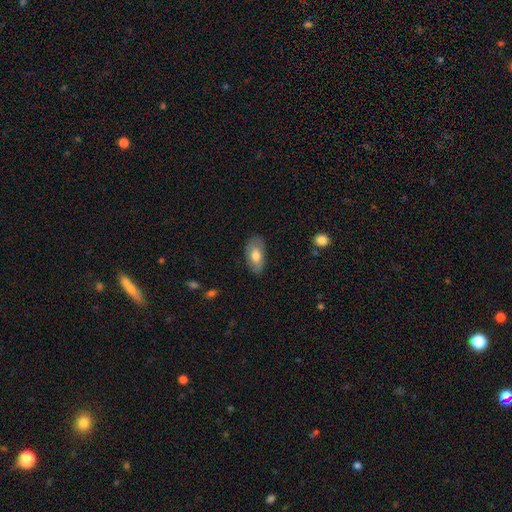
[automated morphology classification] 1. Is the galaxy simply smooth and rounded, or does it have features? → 70% smooth, 23% featured or disk, 6% star or artifact.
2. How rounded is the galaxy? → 93% in between, 4% round, 3% cigar-shaped.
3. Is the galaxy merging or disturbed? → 79% none, 16% minor disturbance, 4% major disturbance, 1% merger.